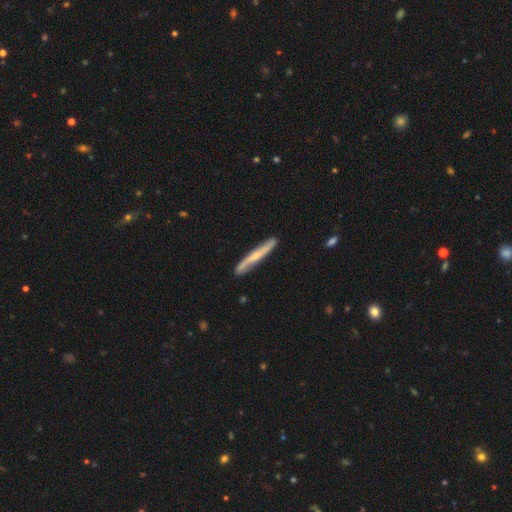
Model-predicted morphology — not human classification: A featured or disk galaxy (57%) viewed edge-on (78%).

Vote fractions:
- Smooth or featured? featured or disk: 57% / smooth: 38% / star or artifact: 5%
- Edge-on disk? yes: 78% / no: 22%
- Merging? none: 83% / minor disturbance: 13% / major disturbance: 2% / merger: 2%